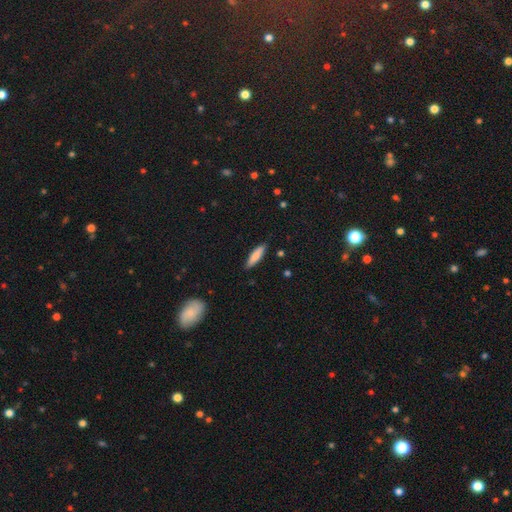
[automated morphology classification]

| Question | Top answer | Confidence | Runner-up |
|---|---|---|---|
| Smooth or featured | smooth | 77% | featured or disk (17%) |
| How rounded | cigar-shaped | 73% | in between (25%) |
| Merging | none | 87% | minor disturbance (10%) |